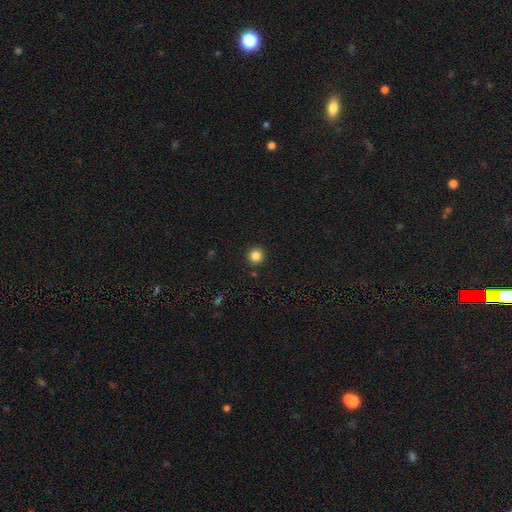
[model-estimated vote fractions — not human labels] A smooth galaxy with no disk features (84%) that is round (96%).

Vote fractions:
- Smooth or featured? smooth: 84% / star or artifact: 12% / featured or disk: 4%
- How rounded? round: 96% / in between: 3% / cigar-shaped: 1%
- Merging? none: 92% / minor disturbance: 5% / merger: 2% / major disturbance: 2%